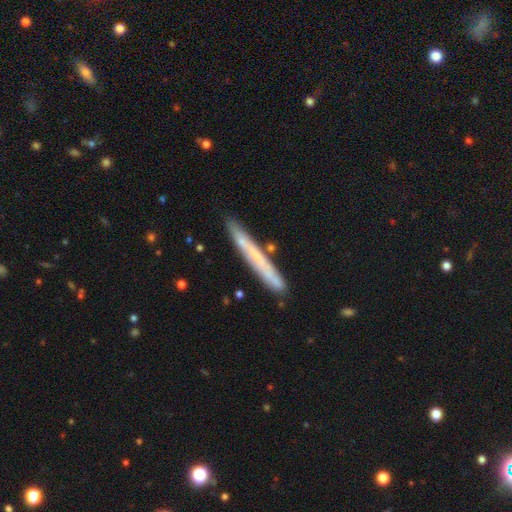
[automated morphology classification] Overall: smooth (50%; featured or disk 43%). Merging: none (81%).